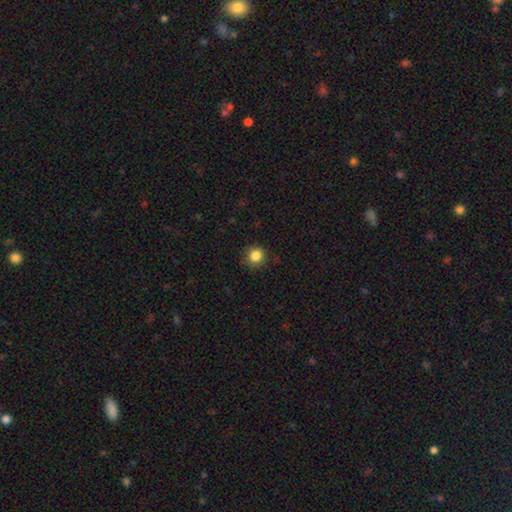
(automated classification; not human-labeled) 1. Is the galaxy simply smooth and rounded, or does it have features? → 85% smooth, 11% star or artifact, 4% featured or disk.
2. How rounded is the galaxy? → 92% round, 7% in between, 1% cigar-shaped.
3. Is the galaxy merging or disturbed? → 87% none, 9% minor disturbance, 3% major disturbance, 1% merger.